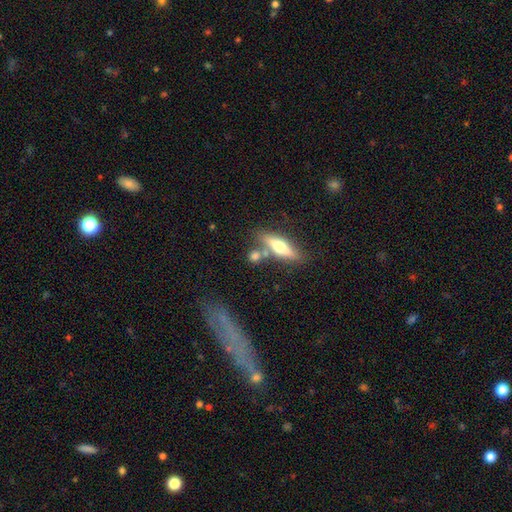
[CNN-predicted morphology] smooth_or_featured: smooth (p=0.65) [alt: featured or disk p=0.27]
how_rounded: round (p=0.36) [alt: in between p=0.35]
merging: none (p=0.63) [alt: merger p=0.20]